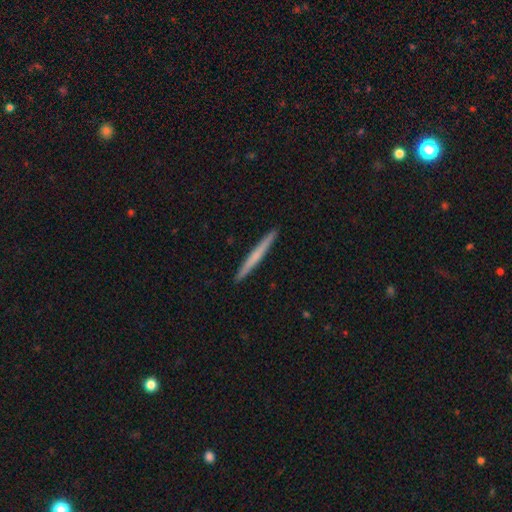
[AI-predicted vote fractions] smooth 53%, featured or disk 41%, star or artifact 5%. Down the decision tree: how rounded — cigar-shaped (97%); merging — none (93%).